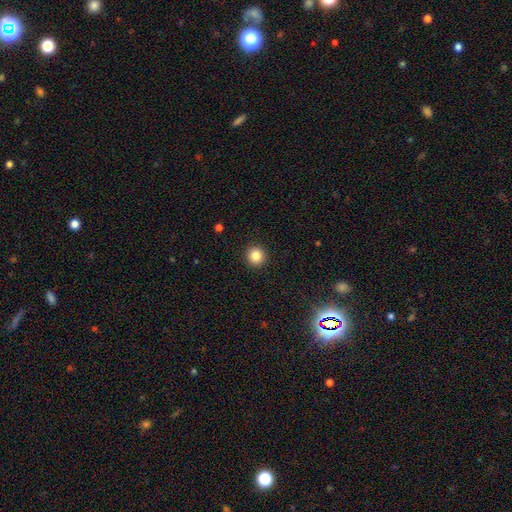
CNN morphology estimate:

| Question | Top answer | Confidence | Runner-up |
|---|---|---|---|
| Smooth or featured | smooth | 84% | star or artifact (11%) |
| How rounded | round | 95% | in between (4%) |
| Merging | none | 93% | minor disturbance (4%) |